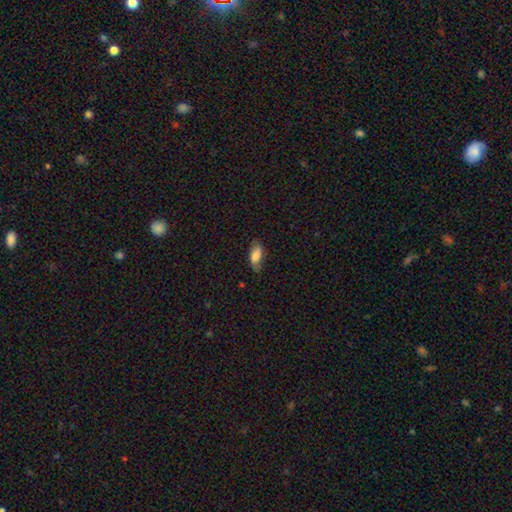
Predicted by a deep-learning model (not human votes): smooth_or_featured: smooth (p=0.76) [alt: featured or disk p=0.16]
how_rounded: in between (p=0.83) [alt: cigar-shaped p=0.14]
merging: none (p=0.65) [alt: minor disturbance p=0.26]